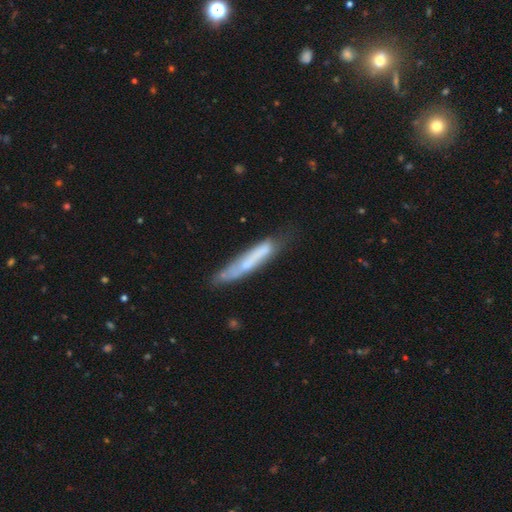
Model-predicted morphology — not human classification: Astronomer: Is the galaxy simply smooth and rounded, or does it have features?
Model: smooth — 51% (runner-up: featured or disk, 42%).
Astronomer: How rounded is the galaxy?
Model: cigar-shaped — 91%.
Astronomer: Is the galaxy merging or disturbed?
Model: none — 59%.